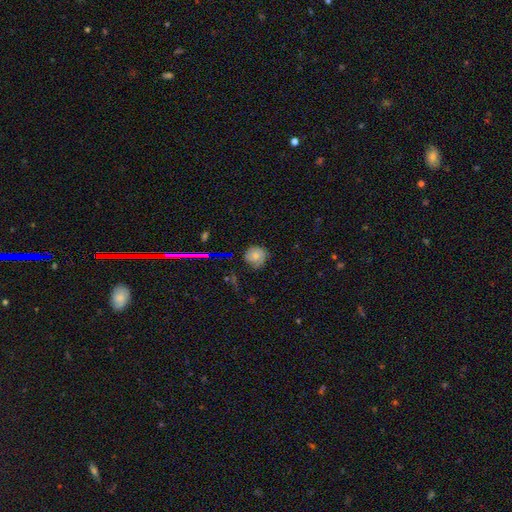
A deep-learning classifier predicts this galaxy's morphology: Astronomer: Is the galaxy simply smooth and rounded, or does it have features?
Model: smooth — 50% (runner-up: featured or disk, 37%).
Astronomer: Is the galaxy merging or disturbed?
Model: none — 65%.